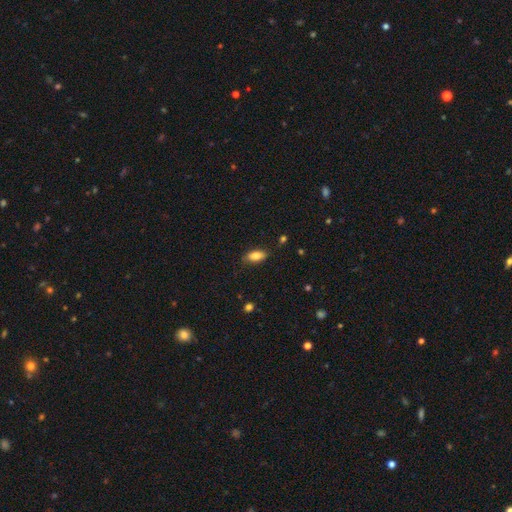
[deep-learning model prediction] The model was most divided on "merging": none: 84%, minor disturbance: 13%, major disturbance: 3%, merger: 1%. More confident: how rounded — in between (88%); smooth or featured — smooth (83%).